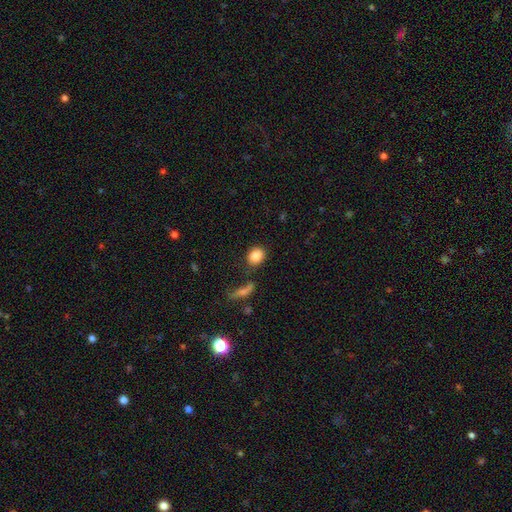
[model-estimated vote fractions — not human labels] Smooth or featured: smooth — 85% (star or artifact — 8%)
How rounded: round — 52% (in between — 46%)
Merging: none — 76% (minor disturbance — 12%)